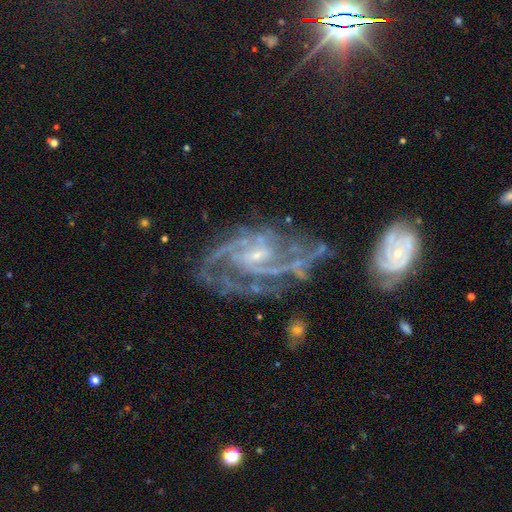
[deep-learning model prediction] featured or disk 86%, star or artifact 9%, smooth 5%. Down the decision tree: edge-on disk — no (97%); bar — weak (47%); spiral arms — yes (95%); spiral arm count — 2 (34%); spiral winding — tight (45%); bulge size — small (69%); merging — none (52%).